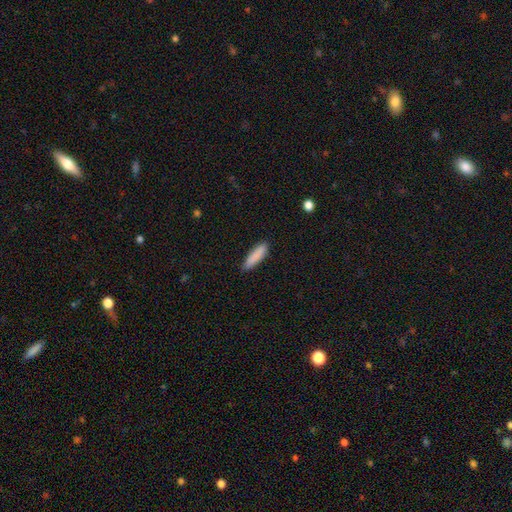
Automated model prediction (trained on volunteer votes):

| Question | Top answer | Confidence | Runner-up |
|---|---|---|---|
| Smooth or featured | smooth | 88% | star or artifact (6%) |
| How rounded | cigar-shaped | 71% | in between (28%) |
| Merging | none | 86% | minor disturbance (11%) |